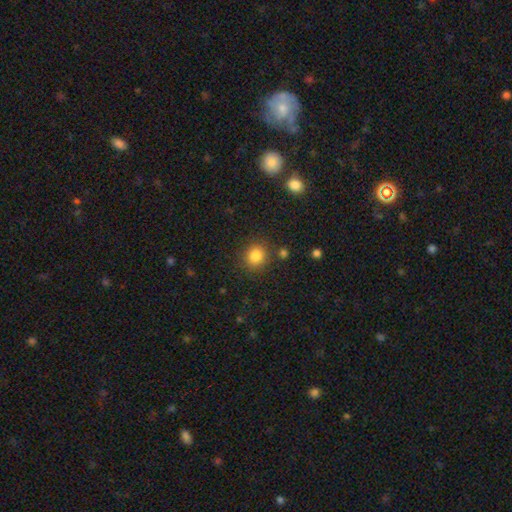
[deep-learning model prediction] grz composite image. It shows a smooth galaxy with no disk features (84%) that is round (81%). Merging: none (84%).